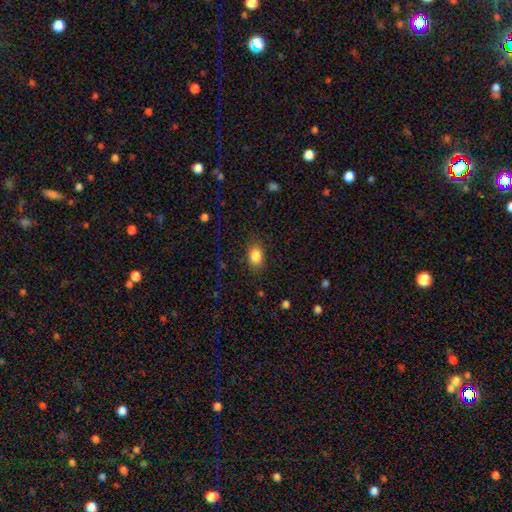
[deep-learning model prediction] smooth 85%, star or artifact 9%, featured or disk 6%. Down the decision tree: how rounded — in between (76%); merging — none (79%).